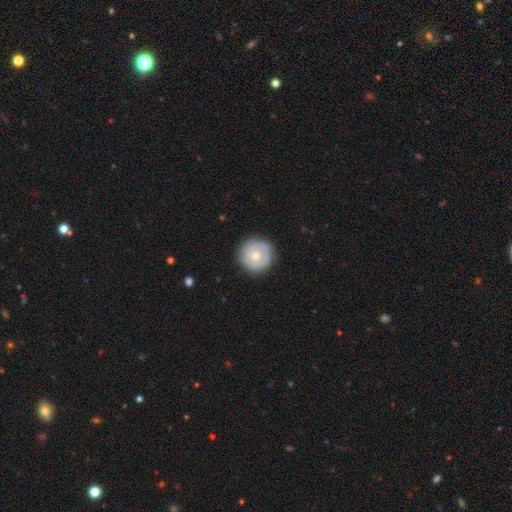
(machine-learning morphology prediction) smooth 62%, featured or disk 31%, star or artifact 7%. Down the decision tree: how rounded — round (96%); merging — none (86%).